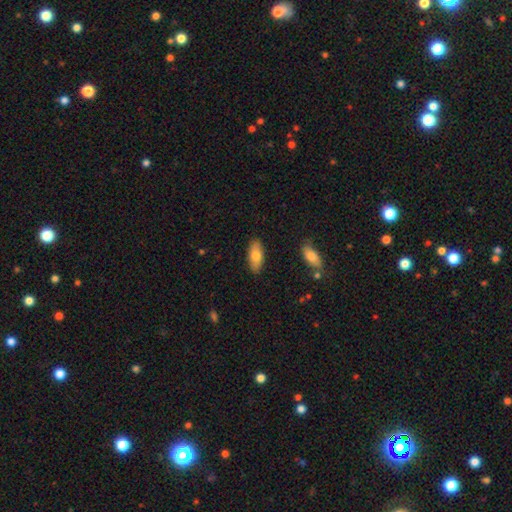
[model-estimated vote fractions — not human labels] smooth_or_featured: smooth (p=0.74) [alt: featured or disk p=0.20]
how_rounded: in between (p=0.85) [alt: cigar-shaped p=0.12]
merging: none (p=0.87) [alt: minor disturbance p=0.09]